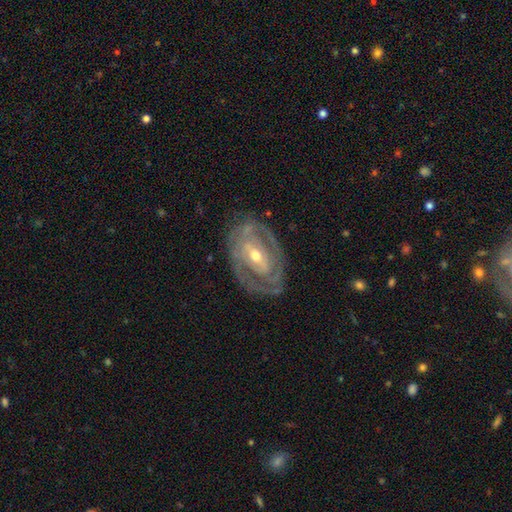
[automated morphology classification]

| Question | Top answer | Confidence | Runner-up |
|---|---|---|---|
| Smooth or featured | featured or disk | 85% | smooth (10%) |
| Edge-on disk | no | 95% | yes (5%) |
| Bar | weak | 40% | no (30%) |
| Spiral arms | yes | 81% | no (19%) |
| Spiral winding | tight | 65% | medium (27%) |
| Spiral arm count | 2 | 50% | can't tell (28%) |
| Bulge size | moderate | 63% | small (32%) |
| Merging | none | 73% | minor disturbance (17%) |